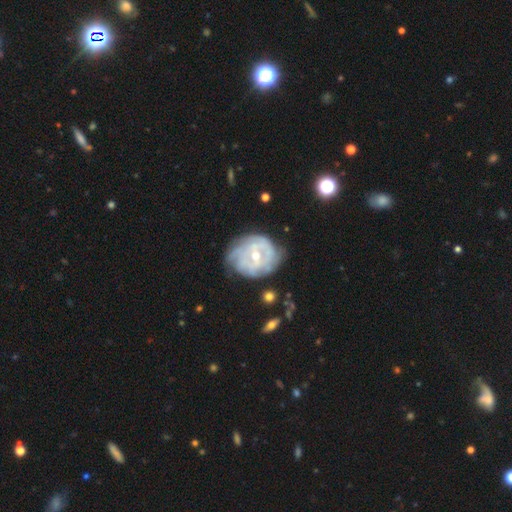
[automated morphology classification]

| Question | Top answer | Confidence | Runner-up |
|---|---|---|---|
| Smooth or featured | featured or disk | 77% | smooth (16%) |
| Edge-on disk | no | 97% | yes (3%) |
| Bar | no | 51% | weak (38%) |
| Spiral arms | yes | 79% | no (21%) |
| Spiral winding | tight | 66% | medium (25%) |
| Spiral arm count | can't tell | 50% | 2 (18%) |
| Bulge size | small | 52% | moderate (45%) |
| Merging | none | 59% | minor disturbance (26%) |